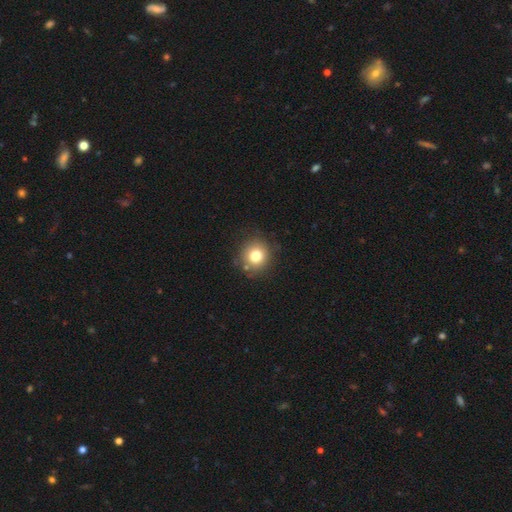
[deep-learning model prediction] The model was most divided on "smooth or featured": smooth: 78%, star or artifact: 12%, featured or disk: 10%. More confident: how rounded — round (89%); merging — none (84%).